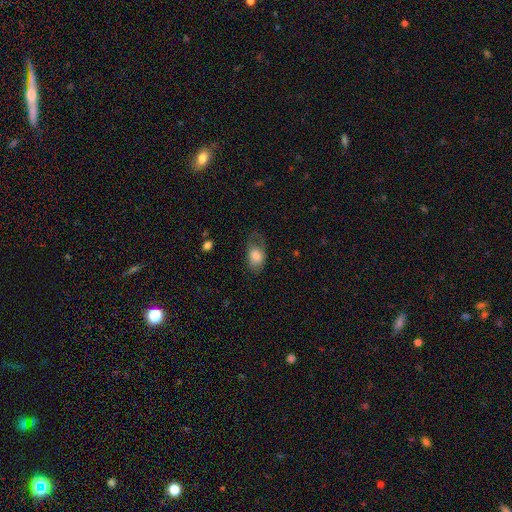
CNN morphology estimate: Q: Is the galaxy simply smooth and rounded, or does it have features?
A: smooth — 76%.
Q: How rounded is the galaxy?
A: in between — 85%.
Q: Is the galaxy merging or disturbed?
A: none — 42%.